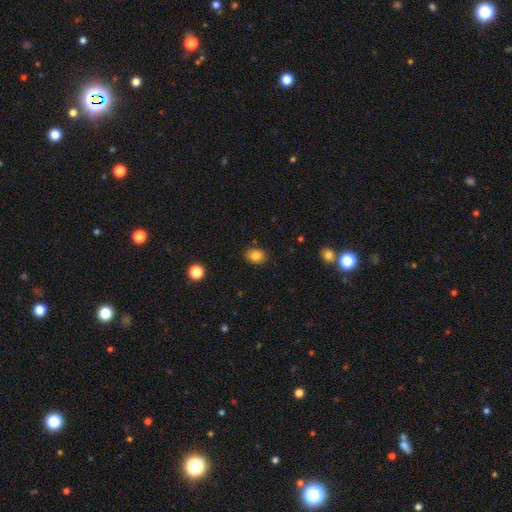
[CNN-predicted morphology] Smooth or featured? Predicted: smooth (p=0.83). How rounded? Predicted: in between (p=0.61). Merging? Predicted: none (p=0.85).